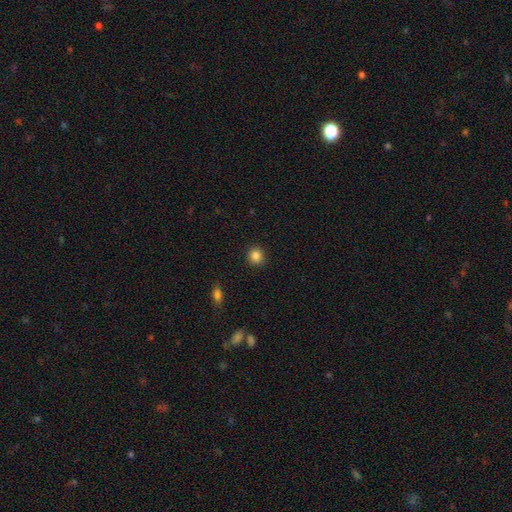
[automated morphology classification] Overall: smooth (85%). How rounded: round (86%). Merging: none (90%).